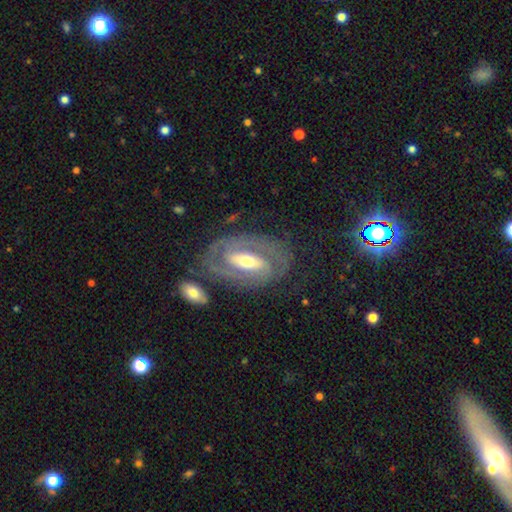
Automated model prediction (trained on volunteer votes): Smooth or featured: featured or disk — 82% (smooth — 11%)
Edge-on disk: no — 93% (yes — 7%)
Bar: strong — 45% (weak — 35%)
Spiral arms: yes — 85% (no — 15%)
Spiral winding: tight — 59% (medium — 32%)
Spiral arm count: 2 — 72% (can't tell — 17%)
Bulge size: moderate — 64% (small — 25%)
Merging: none — 75% (minor disturbance — 14%)